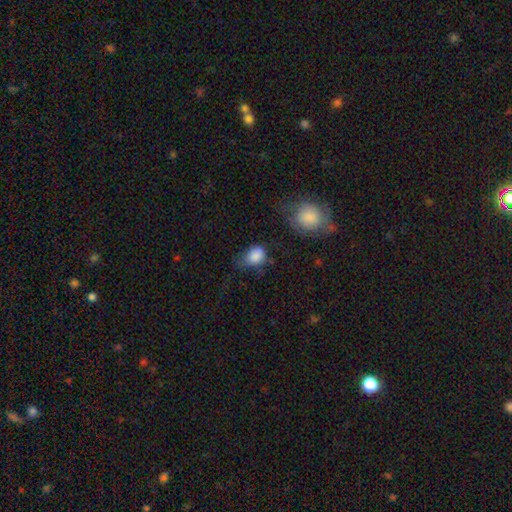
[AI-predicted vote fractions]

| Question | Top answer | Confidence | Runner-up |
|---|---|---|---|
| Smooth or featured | smooth | 84% | star or artifact (9%) |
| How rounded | in between | 58% | round (41%) |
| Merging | none | 40% | minor disturbance (35%) |